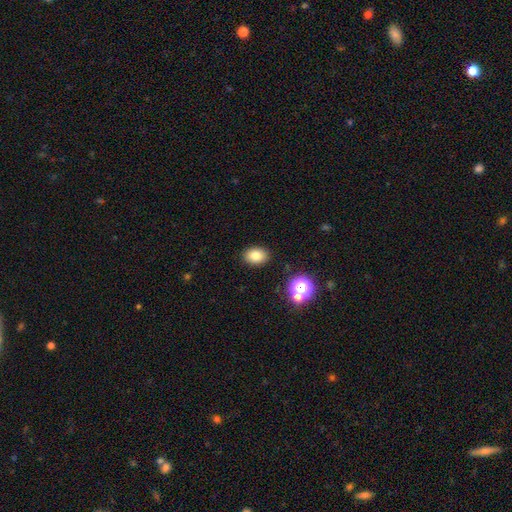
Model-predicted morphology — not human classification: Smooth or featured?
  - smooth: 79% *
  - star or artifact: 12%
  - featured or disk: 8%
How rounded?
  - in between: 75% *
  - round: 23%
  - cigar-shaped: 1%
Merging?
  - none: 88% *
  - minor disturbance: 8%
  - major disturbance: 2%
  - merger: 2%